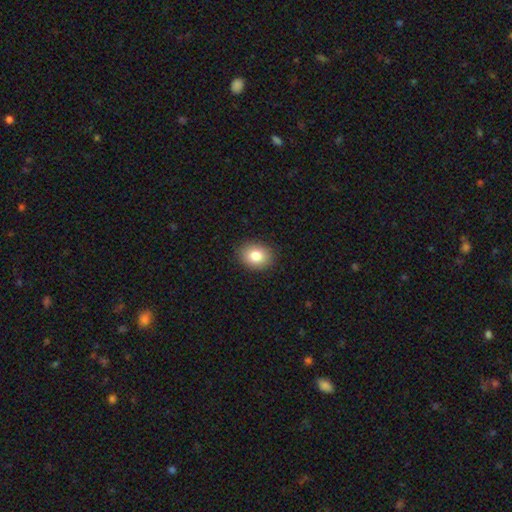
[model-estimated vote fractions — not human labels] A smooth galaxy with no disk features (82%) that is in between round and cigar-shaped (61%). Merging: none (89%).